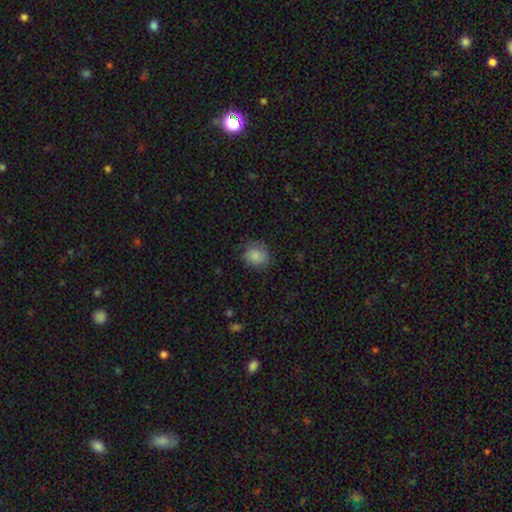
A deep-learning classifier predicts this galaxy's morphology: smooth_or_featured: smooth (p=0.85) [alt: star or artifact p=0.09]
how_rounded: round (p=0.72) [alt: in between p=0.28]
merging: none (p=0.77) [alt: minor disturbance p=0.18]